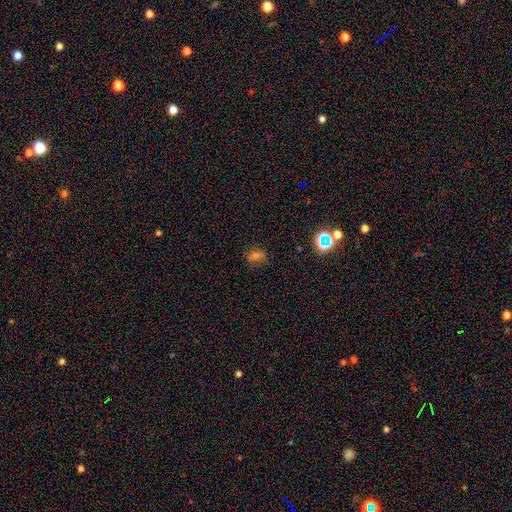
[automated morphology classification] smooth-or-featured: smooth: 56% | star or artifact: 31% | featured or disk: 13%
  how-rounded: round: 54% | in between: 44% | cigar-shaped: 2%
  merging: none: 81% | minor disturbance: 12% | major disturbance: 4% | merger: 3%